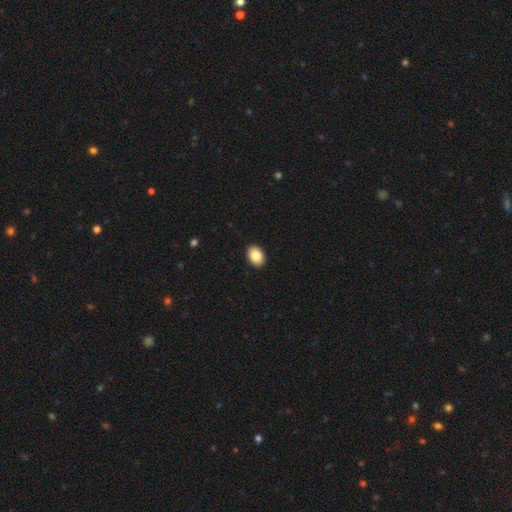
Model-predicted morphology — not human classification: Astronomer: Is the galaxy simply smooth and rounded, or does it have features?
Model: smooth — 85%.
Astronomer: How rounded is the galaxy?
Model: in between — 79%.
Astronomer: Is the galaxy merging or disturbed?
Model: none — 92%.